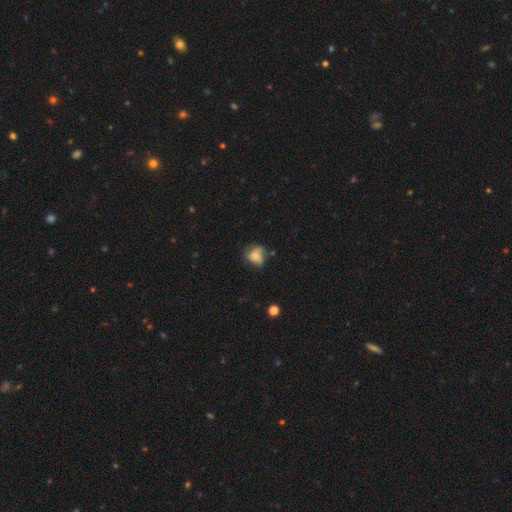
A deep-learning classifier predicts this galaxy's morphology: A smooth galaxy with no disk features (58%) that is round (57%). Merging: none (44%).